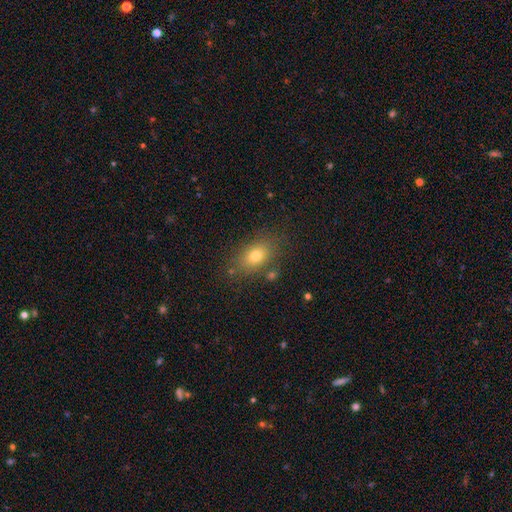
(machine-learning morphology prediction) type=smooth (74%); roundness=in between (81%); merging=none (78%).